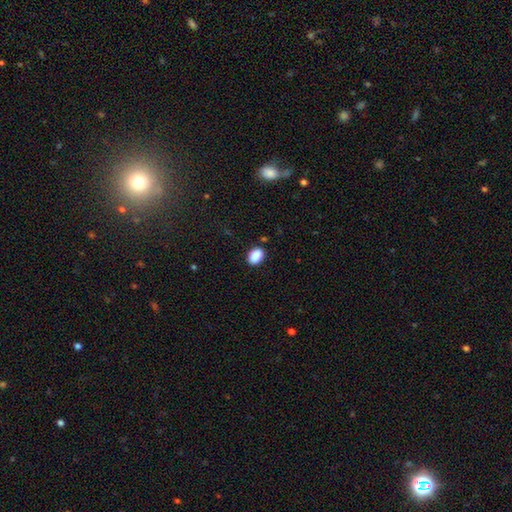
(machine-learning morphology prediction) type=smooth (89%); roundness=in between (78%); merging=none (86%).